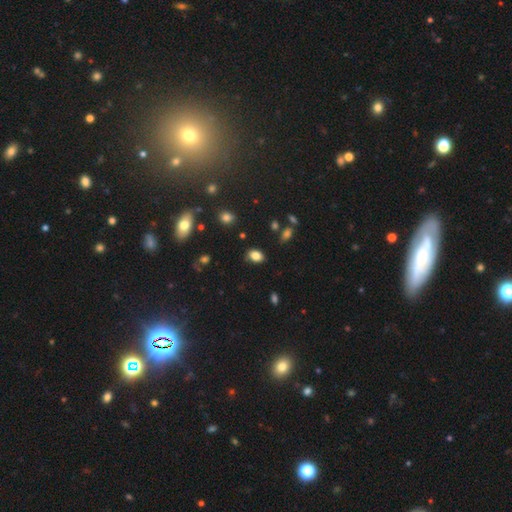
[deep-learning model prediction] Smooth or featured? smooth (82%)
How rounded? in between (79%)
Merging? none (82%)